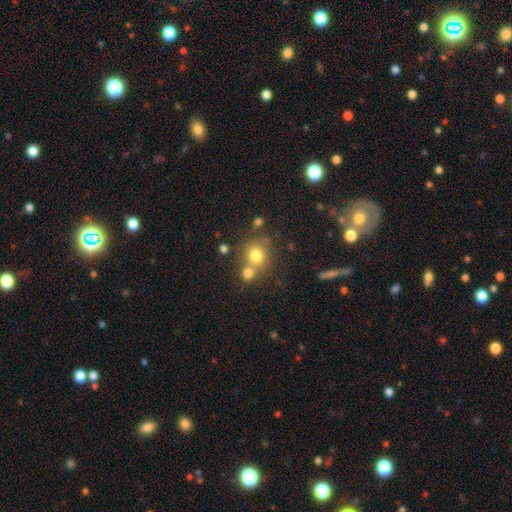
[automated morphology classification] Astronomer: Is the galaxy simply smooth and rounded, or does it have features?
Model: smooth — 76%.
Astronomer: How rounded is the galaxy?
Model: round — 79%.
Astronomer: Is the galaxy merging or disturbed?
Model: none — 52% (runner-up: merger, 34%).